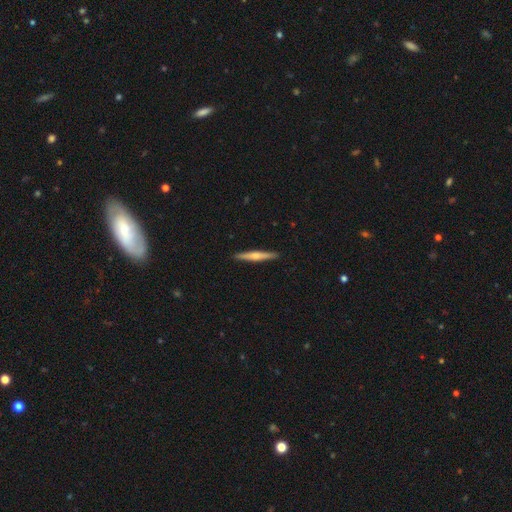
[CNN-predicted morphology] smooth-or-featured: featured or disk: 54% | smooth: 41% | star or artifact: 5%
  disk-edge-on: yes: 97% | no: 3%
    edge-on-bulge: rounded: 79% | none: 16% | boxy: 5%
  merging: none: 92% | minor disturbance: 6% | major disturbance: 1% | merger: 1%